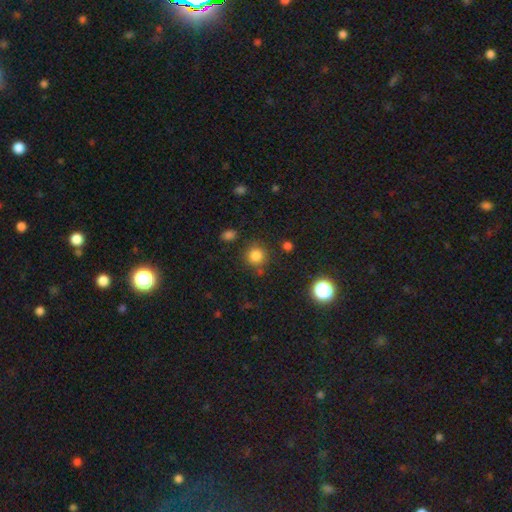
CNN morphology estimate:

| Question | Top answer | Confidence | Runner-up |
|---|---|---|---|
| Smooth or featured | smooth | 81% | star or artifact (14%) |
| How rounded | round | 92% | in between (7%) |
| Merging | none | 82% | minor disturbance (10%) |